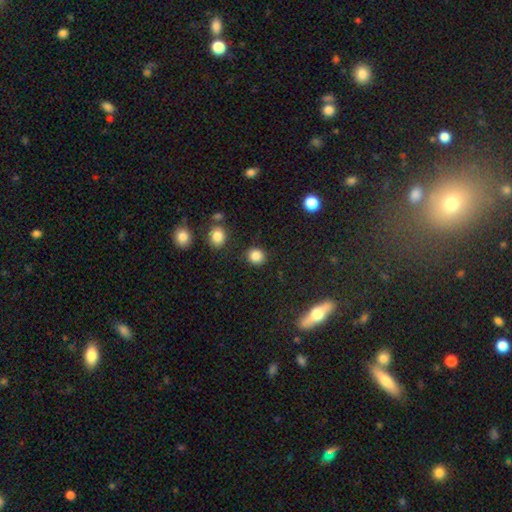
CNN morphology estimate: The model was most divided on "how rounded": round: 86%, in between: 13%, cigar-shaped: 1%. More confident: merging — none (88%); smooth or featured — smooth (86%).